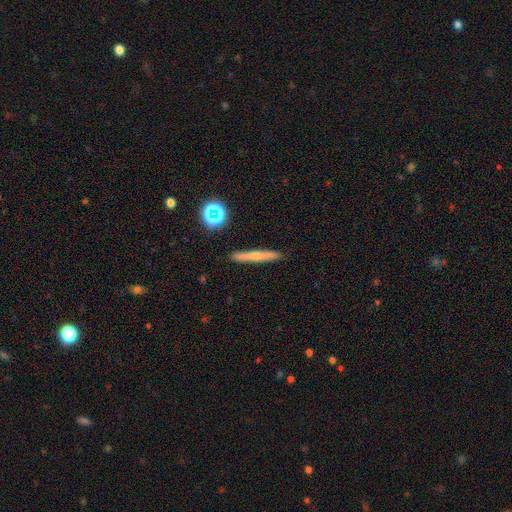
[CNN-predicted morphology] A smooth galaxy with no disk features (49%). Merging: none (91%).